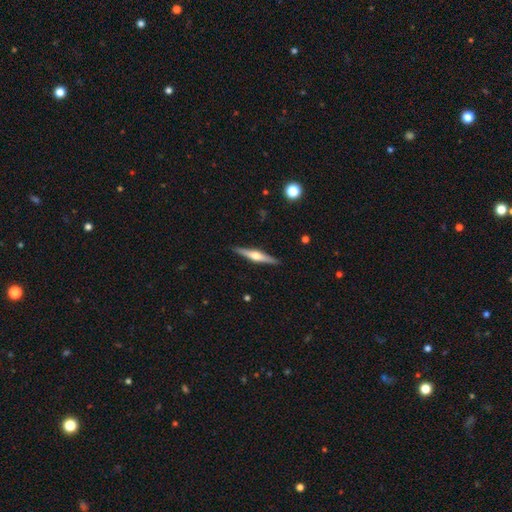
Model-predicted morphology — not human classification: A featured or disk galaxy (72%) viewed edge-on (98%) with a rounded central bulge (92%). Merging: none (91%).